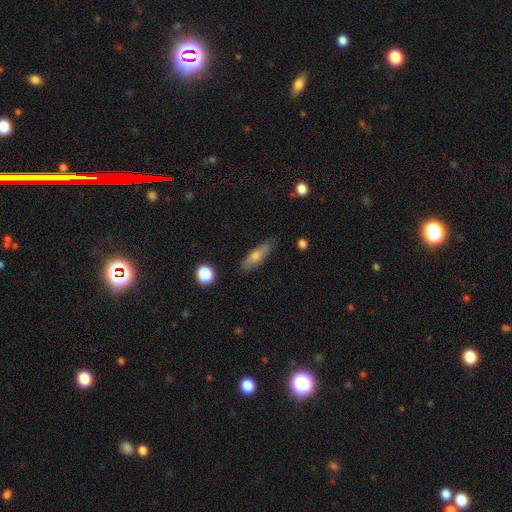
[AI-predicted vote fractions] A smooth galaxy with no disk features (66%) that is cigar-shaped (54%). Merging: none (85%).